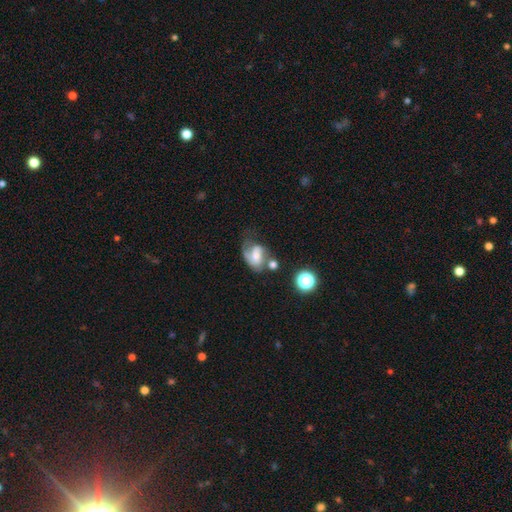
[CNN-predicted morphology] type=featured or disk (56%); edge-on=no (97%); bar=no (43%); spiral arms=yes (80%); bulge=moderate (33%); merging=major disturbance (31%).